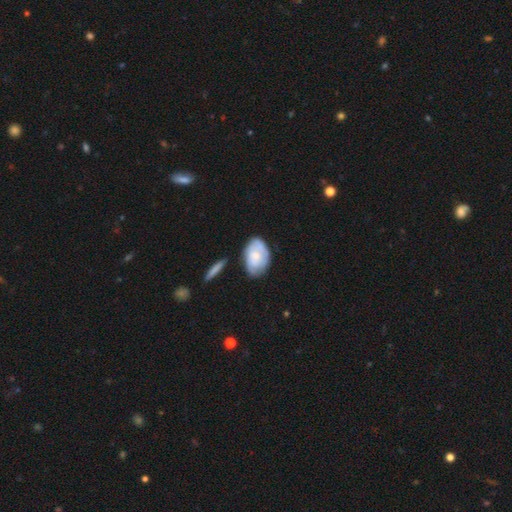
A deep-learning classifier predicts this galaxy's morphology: smooth_or_featured: smooth (p=0.57) [alt: featured or disk p=0.37]
how_rounded: in between (p=0.88) [alt: round p=0.11]
merging: none (p=0.61) [alt: minor disturbance p=0.26]